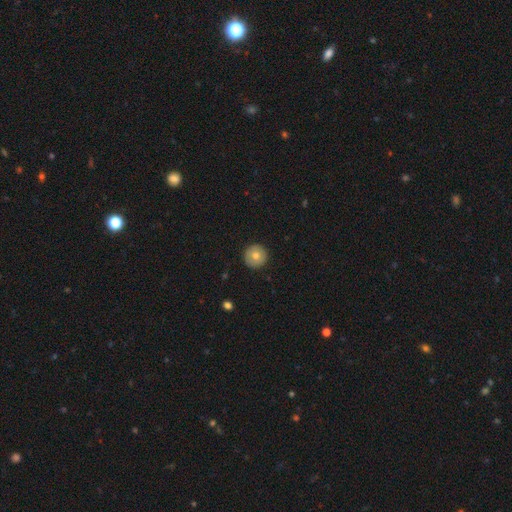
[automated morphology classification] smooth-or-featured: smooth: 73% | featured or disk: 19% | star or artifact: 8%
  how-rounded: round: 96% | in between: 3% | cigar-shaped: 1%
  merging: none: 92% | minor disturbance: 5% | major disturbance: 2% | merger: 1%